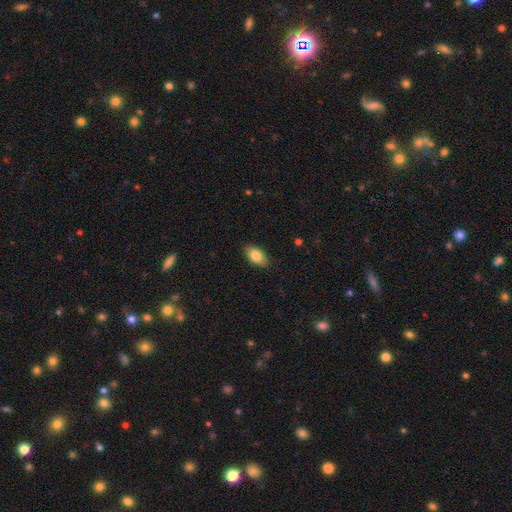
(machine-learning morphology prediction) Smooth or featured? Predicted: smooth (p=0.83). How rounded? Predicted: in between (p=0.92). Merging? Predicted: none (p=0.86).